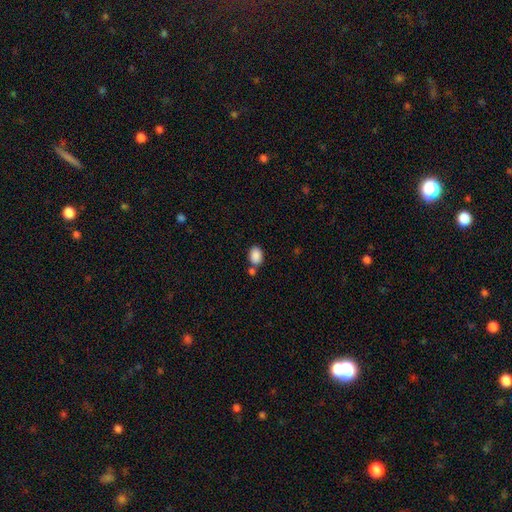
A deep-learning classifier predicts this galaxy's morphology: Smooth or featured: smooth — 88% (star or artifact — 8%)
How rounded: in between — 76% (round — 23%)
Merging: none — 64% (merger — 20%)